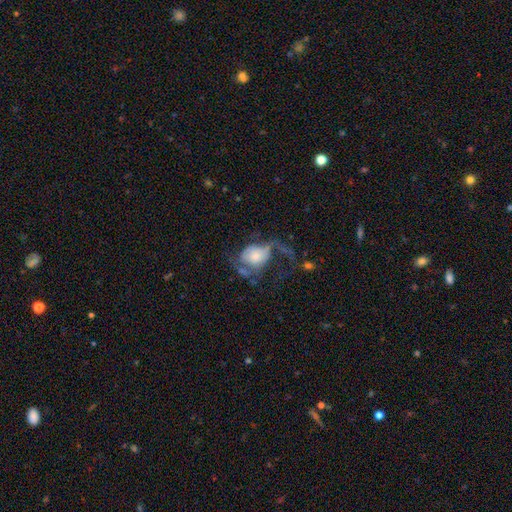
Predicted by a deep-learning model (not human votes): The model was most divided on "bulge size": small: 35%, moderate: 29%, large: 19%, none: 10%, dominant: 8%. More confident: edge-on disk — no (96%); bar — no (78%); spiral arms — yes (62%); merging — major disturbance (59%); smooth or featured — featured or disk (53%).